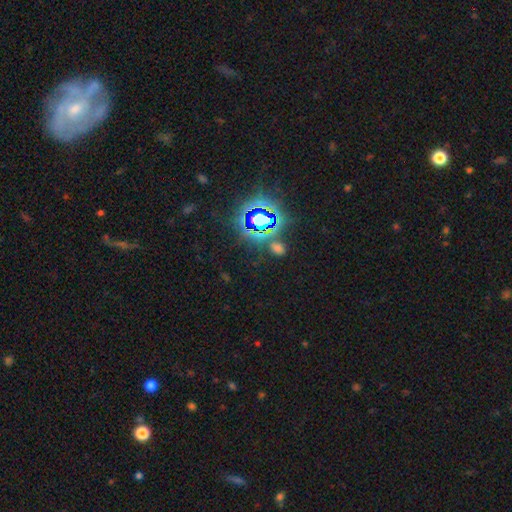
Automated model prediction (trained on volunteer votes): A star or artifact, not a galaxy (79%).

Vote fractions:
- Smooth or featured? star or artifact: 79% / smooth: 13% / featured or disk: 8%